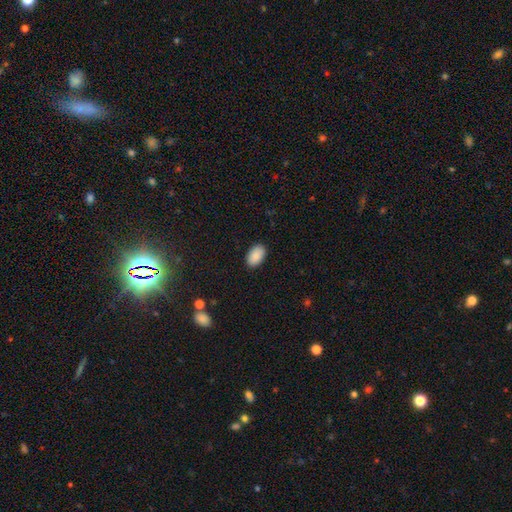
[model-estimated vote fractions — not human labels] Q: Smooth or featured?
A: smooth (90%); runner-up: star or artifact (7%)
Q: How rounded?
A: in between (93%); runner-up: round (6%)
Q: Merging?
A: none (89%); runner-up: minor disturbance (8%)